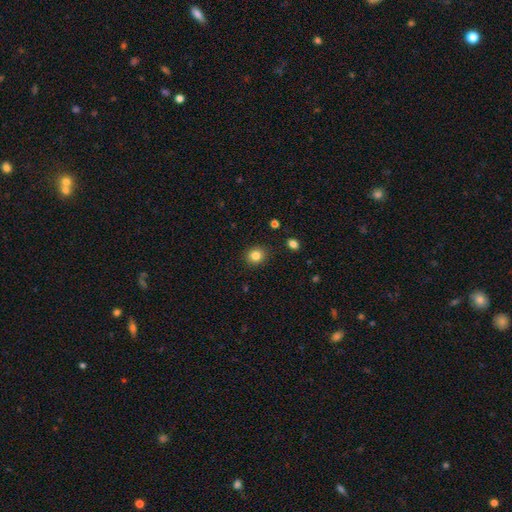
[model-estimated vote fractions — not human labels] Smooth or featured?
  - smooth: 83% *
  - star or artifact: 11%
  - featured or disk: 6%
How rounded?
  - round: 75% *
  - in between: 24%
  - cigar-shaped: 1%
Merging?
  - none: 89% *
  - minor disturbance: 7%
  - major disturbance: 2%
  - merger: 1%